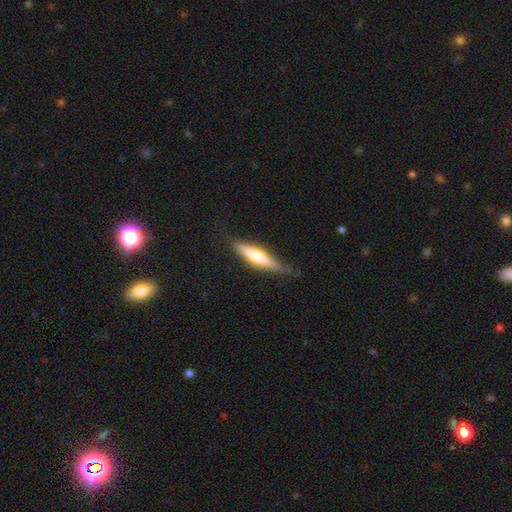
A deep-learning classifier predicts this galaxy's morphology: This appears to be a featured or disk galaxy (49%). Merging: none (74%).